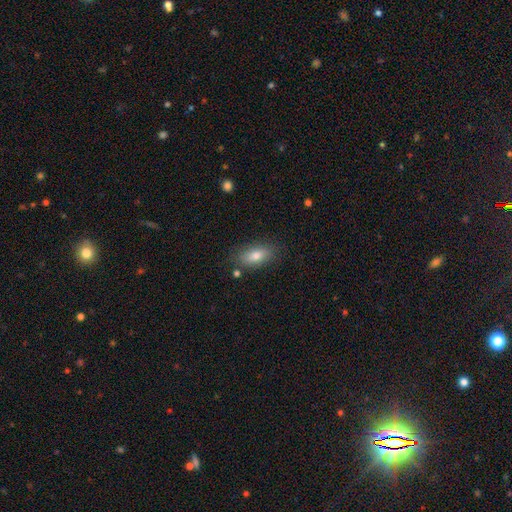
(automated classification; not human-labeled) A smooth galaxy with no disk features (77%) that is in between round and cigar-shaped (84%).

Vote fractions:
- Smooth or featured? smooth: 77% / featured or disk: 15% / star or artifact: 8%
- How rounded? in between: 84% / cigar-shaped: 11% / round: 5%
- Merging? none: 81% / minor disturbance: 13% / major disturbance: 3% / merger: 3%